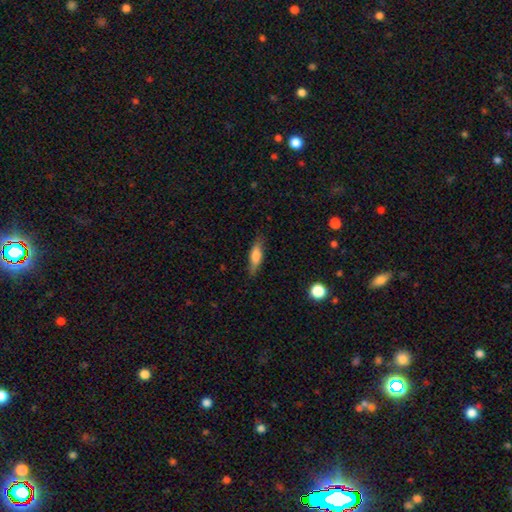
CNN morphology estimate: Q: Smooth or featured?
A: smooth (73%); runner-up: featured or disk (21%)
Q: How rounded?
A: cigar-shaped (59%); runner-up: in between (39%)
Q: Merging?
A: none (79%); runner-up: minor disturbance (16%)